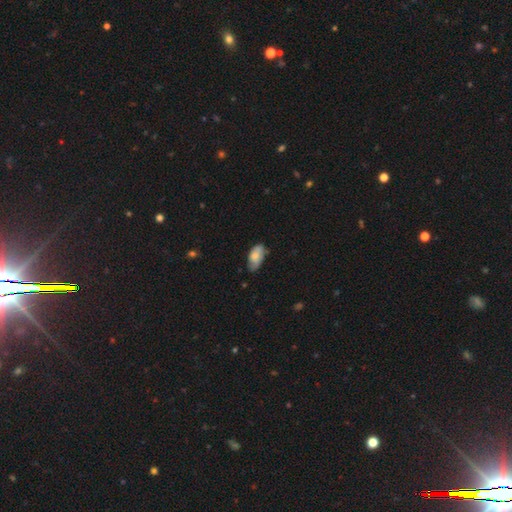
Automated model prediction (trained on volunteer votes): Overall: smooth (71%). How rounded: in between (92%). Merging: none (55%; minor disturbance 36%).